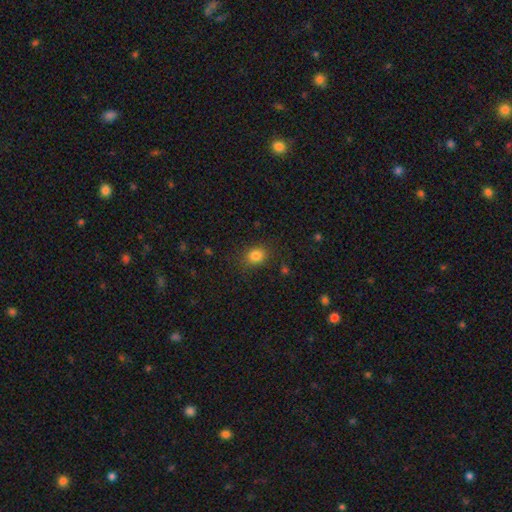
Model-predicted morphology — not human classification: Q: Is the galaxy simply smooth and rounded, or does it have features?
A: smooth — 82%.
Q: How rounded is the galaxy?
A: round — 67%.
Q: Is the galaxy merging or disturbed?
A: none — 82%.